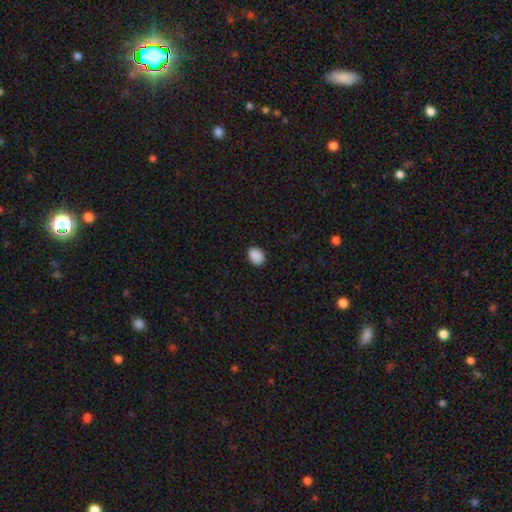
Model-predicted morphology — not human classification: Smooth or featured? smooth (90%)
How rounded? in between (72%)
Merging? none (89%)